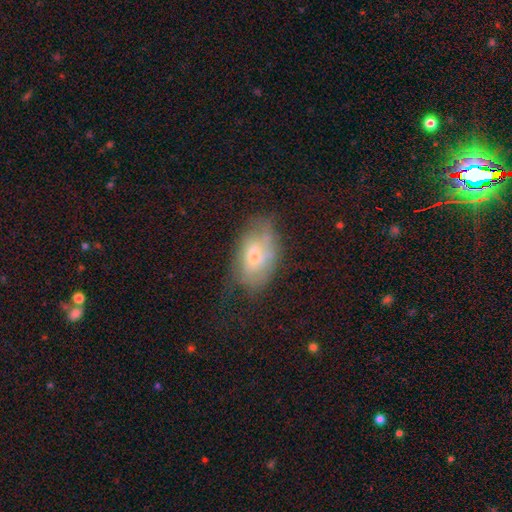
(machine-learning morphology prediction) The model was most divided on "smooth or featured": smooth: 50%, featured or disk: 41%, star or artifact: 9%. Remaining: how rounded — in between (91%); merging — none (48%).